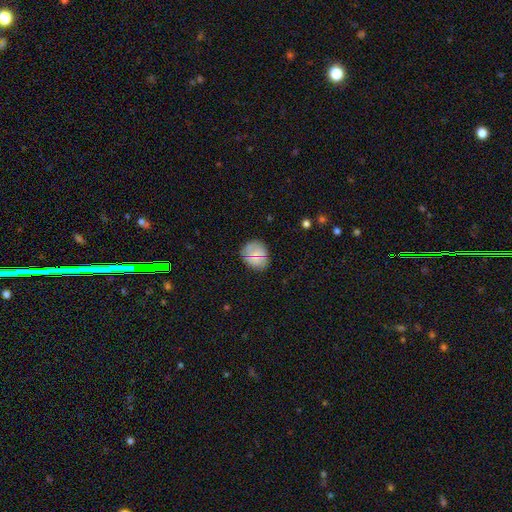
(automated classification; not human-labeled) smooth_or_featured: smooth (p=0.71) [alt: star or artifact p=0.17]
how_rounded: round (p=0.77) [alt: in between p=0.22]
merging: none (p=0.84) [alt: minor disturbance p=0.11]